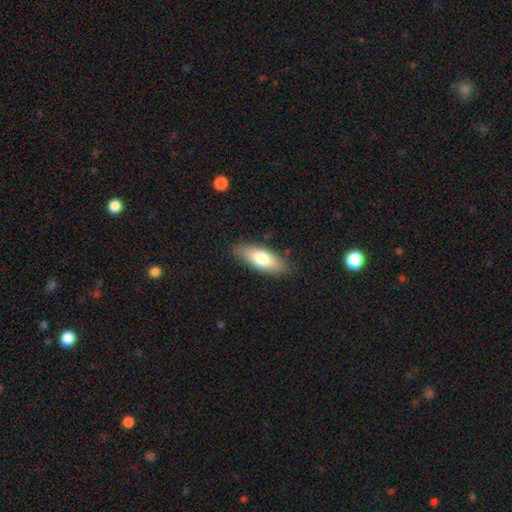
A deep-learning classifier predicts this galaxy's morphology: Smooth or featured? smooth (73%)
How rounded? in between (70%)
Merging? none (86%)